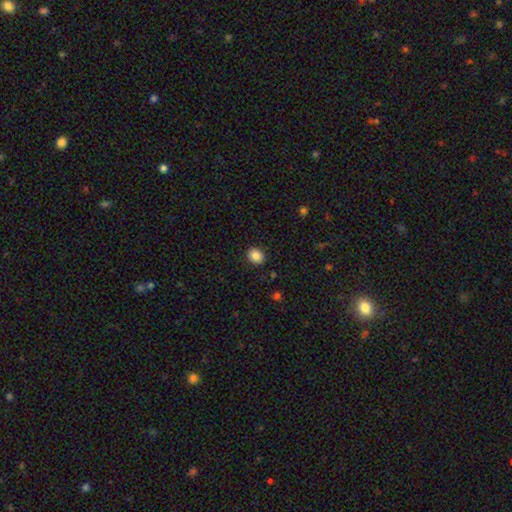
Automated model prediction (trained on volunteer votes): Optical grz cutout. It shows a smooth galaxy with no disk features (85%) that is round (61%). Merging: none (90%).